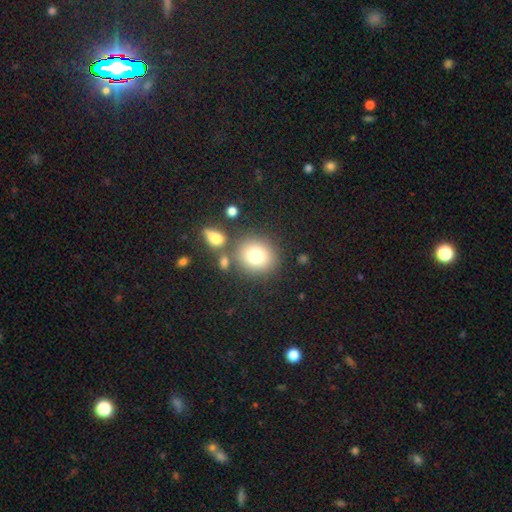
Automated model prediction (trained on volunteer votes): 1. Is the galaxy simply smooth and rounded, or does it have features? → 76% smooth, 12% star or artifact, 12% featured or disk.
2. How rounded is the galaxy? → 81% round, 18% in between, 1% cigar-shaped.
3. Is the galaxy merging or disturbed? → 74% none, 12% merger, 10% minor disturbance, 4% major disturbance.